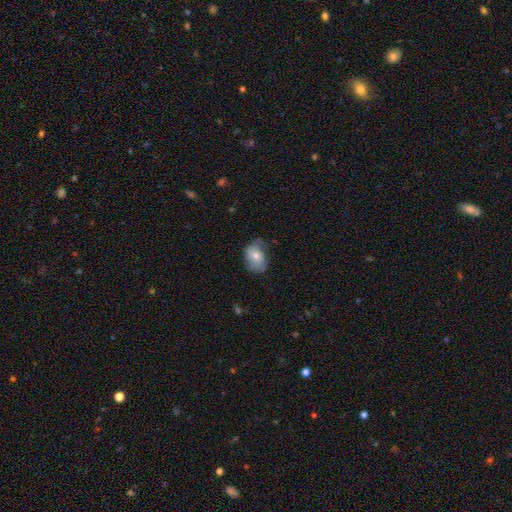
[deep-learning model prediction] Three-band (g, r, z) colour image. It shows a smooth galaxy with no disk features (65%) that is in between round and cigar-shaped (74%). Merging: none (50%).